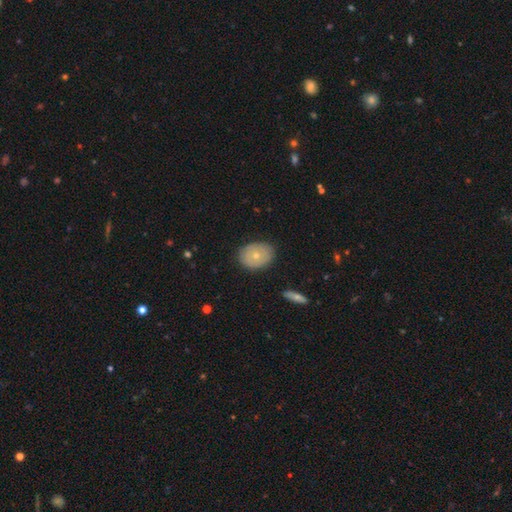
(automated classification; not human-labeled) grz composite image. It shows a smooth galaxy with no disk features (57%) that is in between round and cigar-shaped (61%). Merging: none (82%).